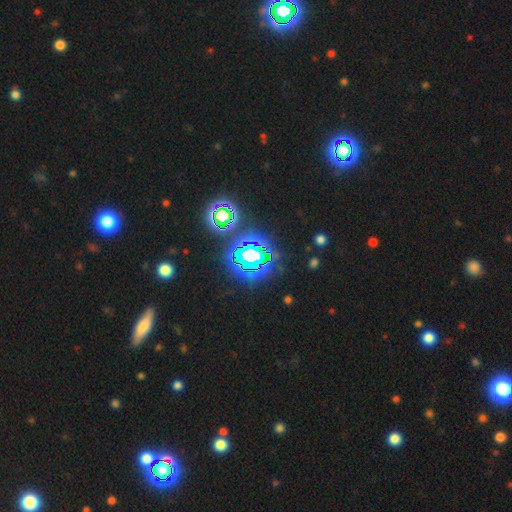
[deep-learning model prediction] star or artifact 79%, smooth 13%, featured or disk 8%.